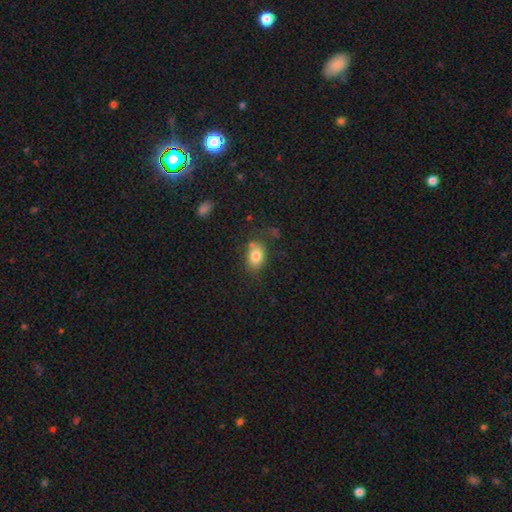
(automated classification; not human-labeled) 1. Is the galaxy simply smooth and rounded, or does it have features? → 81% smooth, 10% featured or disk, 9% star or artifact.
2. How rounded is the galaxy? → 77% in between, 22% round, 1% cigar-shaped.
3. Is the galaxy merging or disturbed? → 67% none, 18% minor disturbance, 10% merger, 5% major disturbance.